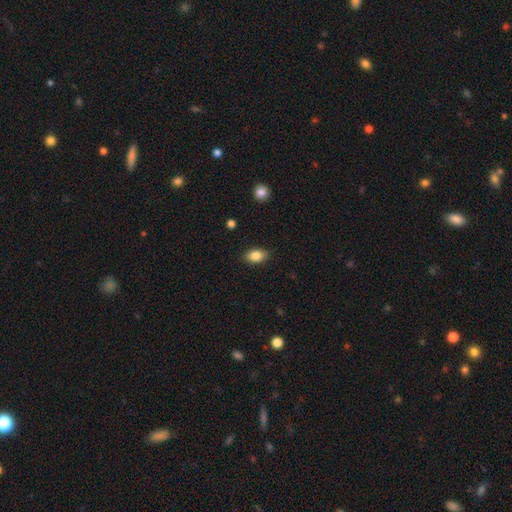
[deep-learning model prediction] smooth_or_featured: smooth (p=0.85) [alt: star or artifact p=0.08]
how_rounded: in between (p=0.86) [alt: round p=0.12]
merging: none (p=0.87) [alt: minor disturbance p=0.10]